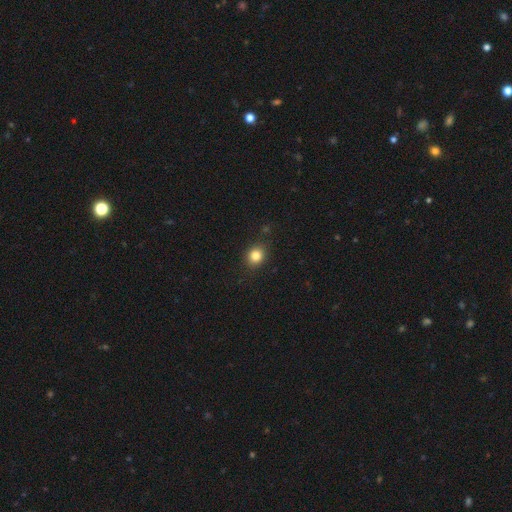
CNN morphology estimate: Smooth or featured? smooth (83%)
How rounded? round (71%)
Merging? none (86%)